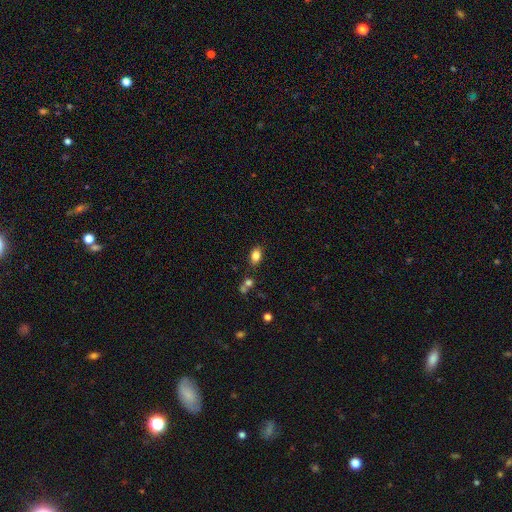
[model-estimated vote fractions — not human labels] Smooth or featured? smooth (82%)
How rounded? in between (82%)
Merging? none (79%)